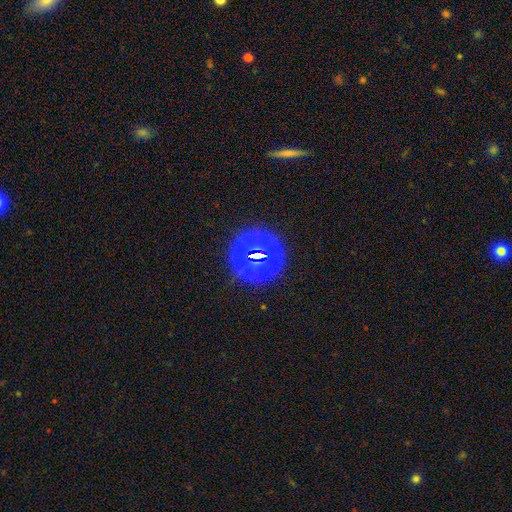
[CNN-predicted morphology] smooth_or_featured: star or artifact (p=0.73) [alt: smooth p=0.18]